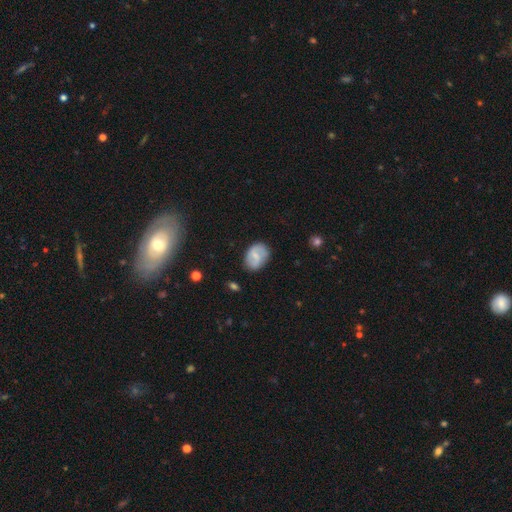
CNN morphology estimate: This appears to be a smooth galaxy with no disk features (49%). Merging: none (77%).